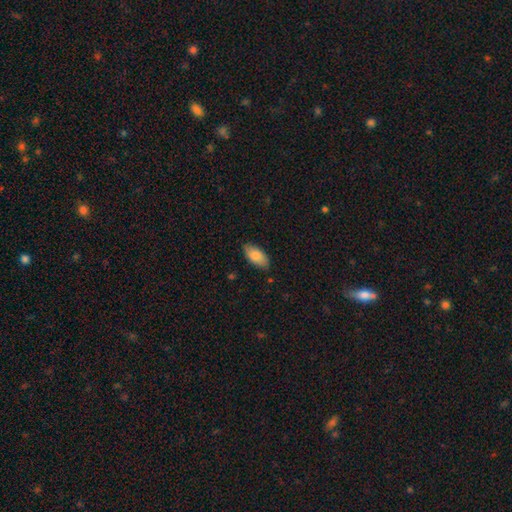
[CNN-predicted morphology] smooth-or-featured: smooth: 84% | featured or disk: 9% | star or artifact: 6%
  how-rounded: in between: 93% | cigar-shaped: 5% | round: 2%
  merging: none: 83% | minor disturbance: 13% | major disturbance: 2% | merger: 1%